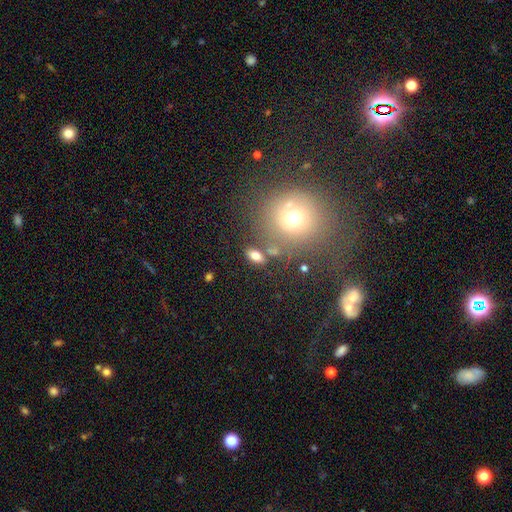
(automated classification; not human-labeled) smooth_or_featured: smooth (p=0.76) [alt: star or artifact p=0.12]
how_rounded: in between (p=0.80) [alt: round p=0.15]
merging: none (p=0.75) [alt: minor disturbance p=0.11]